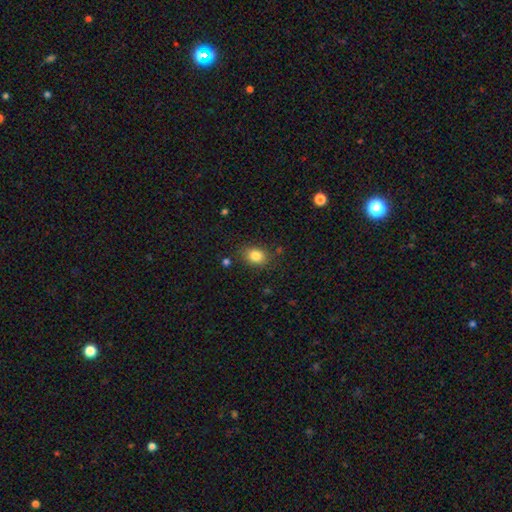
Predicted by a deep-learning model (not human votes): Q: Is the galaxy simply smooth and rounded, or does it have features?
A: smooth — 84%.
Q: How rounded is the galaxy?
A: in between — 64%.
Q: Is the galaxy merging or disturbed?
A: none — 81%.